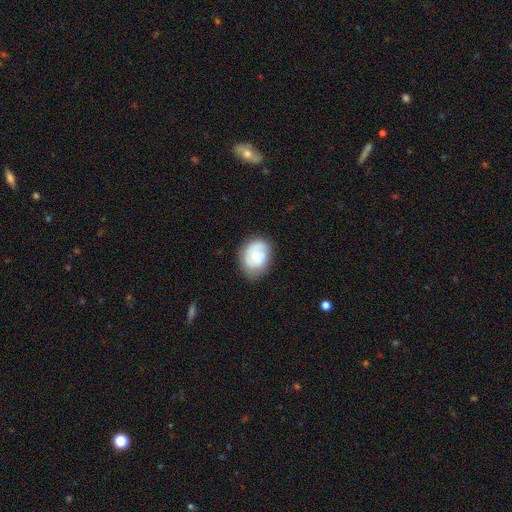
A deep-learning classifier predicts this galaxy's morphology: A smooth galaxy with no disk features (61%) that is in between round and cigar-shaped (57%). Merging: none (68%).